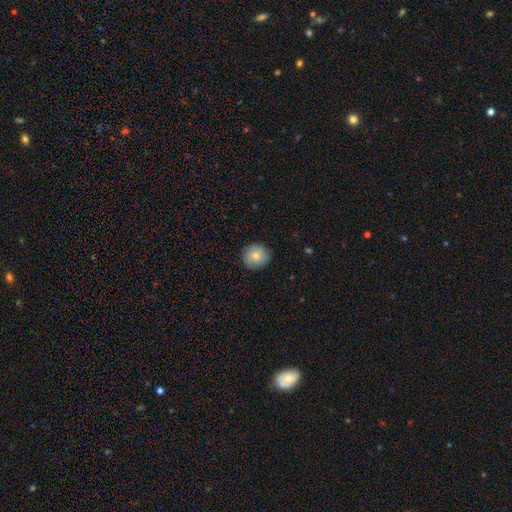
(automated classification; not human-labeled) This is likely a smooth galaxy (76%). How rounded: clearly round (88%). Merging: clearly none (88%).